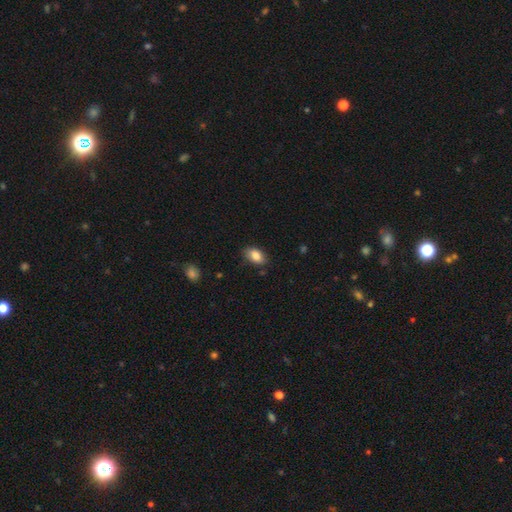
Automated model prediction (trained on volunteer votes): smooth_or_featured: smooth (p=0.84) [alt: featured or disk p=0.08]
how_rounded: in between (p=0.90) [alt: round p=0.08]
merging: none (p=0.82) [alt: minor disturbance p=0.14]